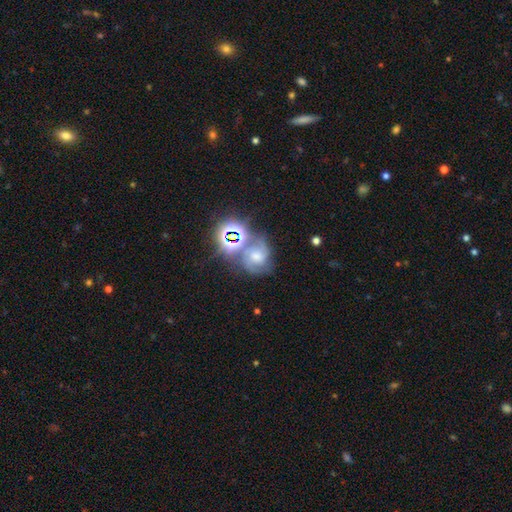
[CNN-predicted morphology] featured or disk 47%, star or artifact 35%, smooth 18%. Down the decision tree: merging — none (47%).